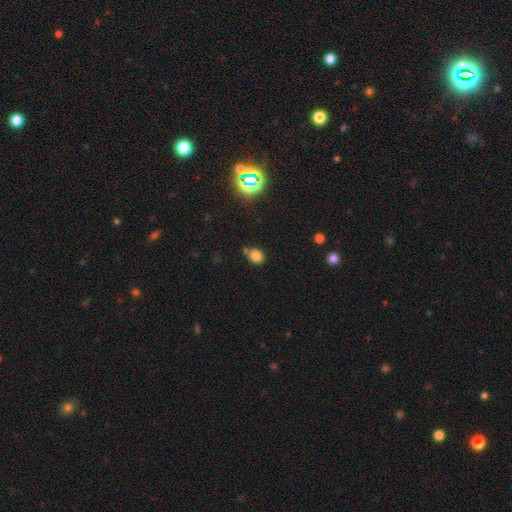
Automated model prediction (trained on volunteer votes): smooth 77%, star or artifact 16%, featured or disk 7%. Down the decision tree: how rounded — round (57%); merging — none (64%).